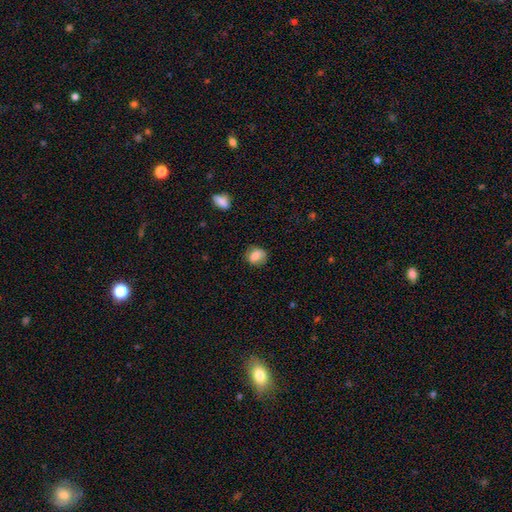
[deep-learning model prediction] This is clearly a smooth galaxy (81%). How rounded: possibly round (59%). Merging: likely none (78%).